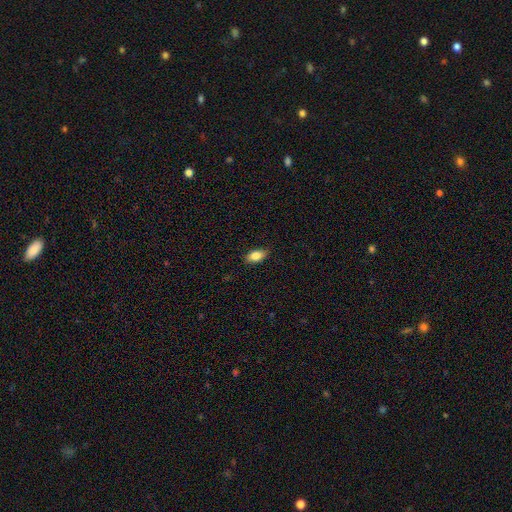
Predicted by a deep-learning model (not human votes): Smooth or featured? smooth (84%)
How rounded? in between (89%)
Merging? none (84%)